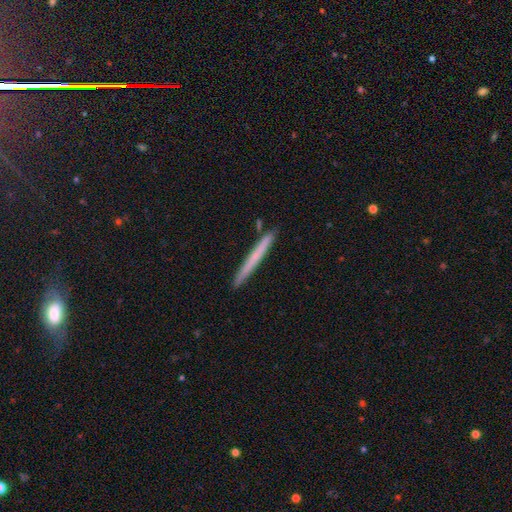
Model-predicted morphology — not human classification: Q: Smooth or featured?
A: smooth (59%); runner-up: featured or disk (35%)
Q: How rounded?
A: cigar-shaped (97%); runner-up: in between (1%)
Q: Merging?
A: none (90%); runner-up: minor disturbance (6%)